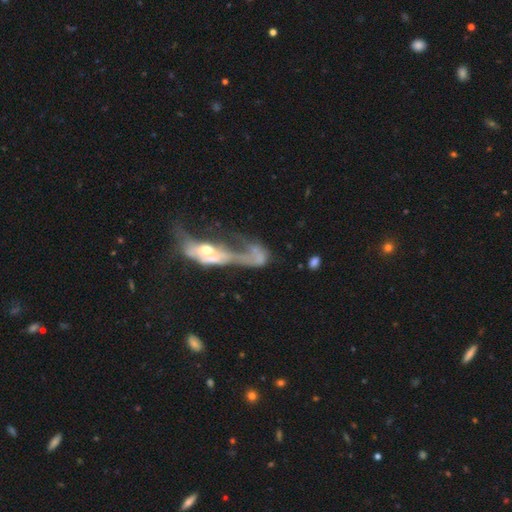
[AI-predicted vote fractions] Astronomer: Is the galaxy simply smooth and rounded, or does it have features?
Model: featured or disk — 53% (runner-up: smooth, 34%).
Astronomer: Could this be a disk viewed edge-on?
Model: no — 84%.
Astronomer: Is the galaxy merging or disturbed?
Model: merger — 46% (runner-up: major disturbance, 37%).